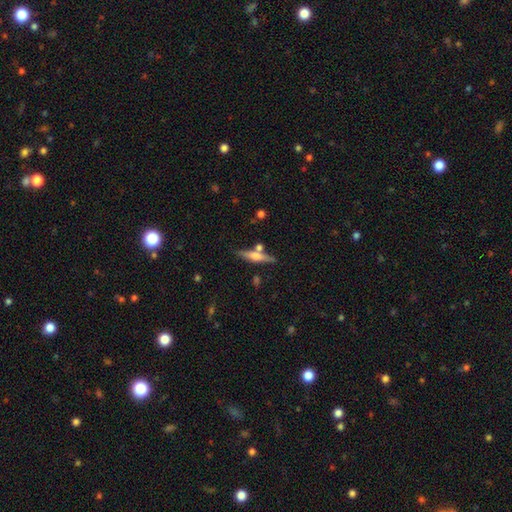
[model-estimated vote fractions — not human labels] This appears to be a featured or disk galaxy (53%) viewed edge-on (95%) with a rounded central bulge (80%). Merging: none (74%).